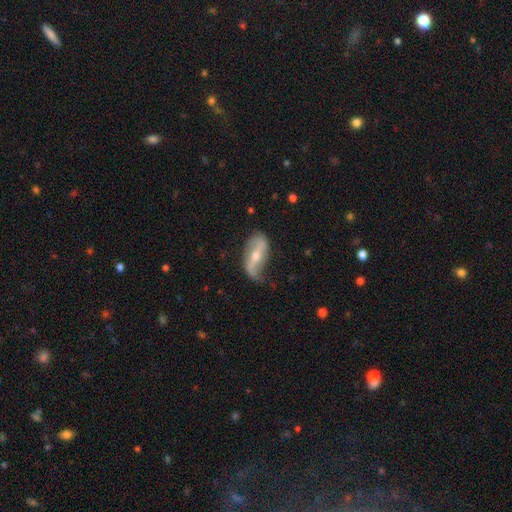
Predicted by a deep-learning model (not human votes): smooth_or_featured: featured or disk (p=0.76) [alt: smooth p=0.18]
disk_edge_on: no (p=0.87) [alt: yes p=0.13]
bar: strong (p=0.48) [alt: weak p=0.29]
has_spiral_arms: yes (p=0.85) [alt: no p=0.15]
spiral_winding: loose (p=0.74) [alt: medium p=0.18]
spiral_arm_count: 2 (p=0.83) [alt: 1 p=0.08]
bulge_size: moderate (p=0.51) [alt: small p=0.45]
merging: none (p=0.56) [alt: minor disturbance p=0.30]